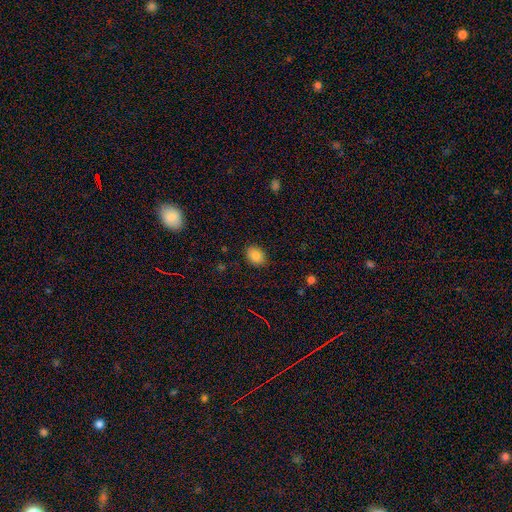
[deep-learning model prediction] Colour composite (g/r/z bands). It shows a smooth galaxy with no disk features (85%) that is in between round and cigar-shaped (63%). Merging: none (87%).